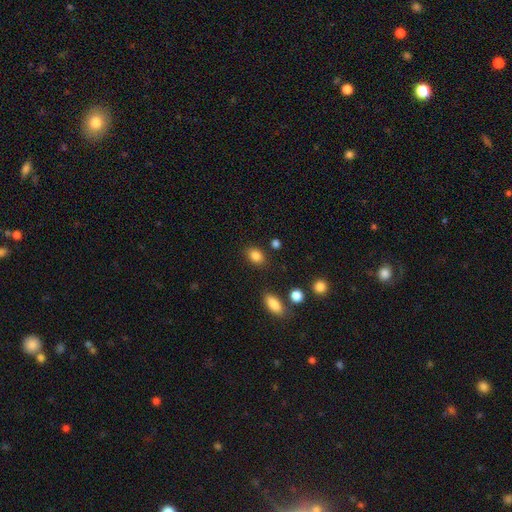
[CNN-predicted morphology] A smooth galaxy with no disk features (85%) that is in between round and cigar-shaped (67%).

Vote fractions:
- Smooth or featured? smooth: 85% / star or artifact: 10% / featured or disk: 5%
- How rounded? in between: 67% / round: 31% / cigar-shaped: 1%
- Merging? none: 83% / minor disturbance: 11% / merger: 4% / major disturbance: 3%